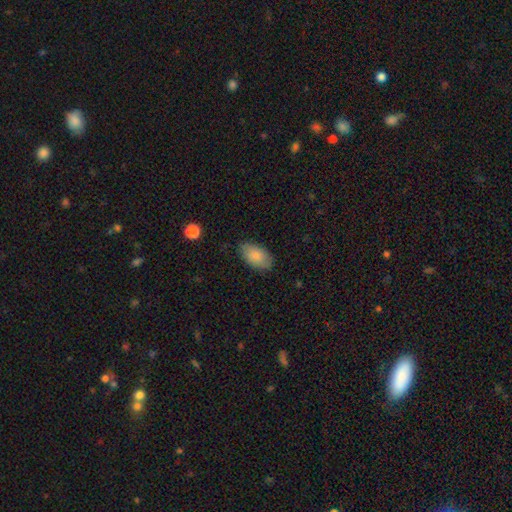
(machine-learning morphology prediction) Smooth or featured? smooth (85%)
How rounded? in between (94%)
Merging? none (79%)